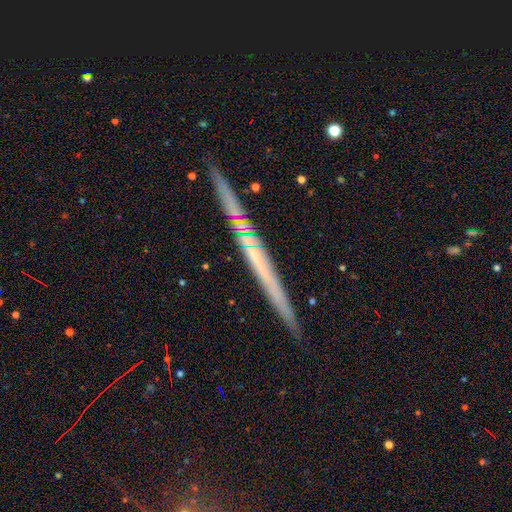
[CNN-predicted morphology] Overall: featured or disk (57%; smooth 26%). Edge-on disk: yes (94%). Edge-on bulge: none (84%). Merging: none (87%).